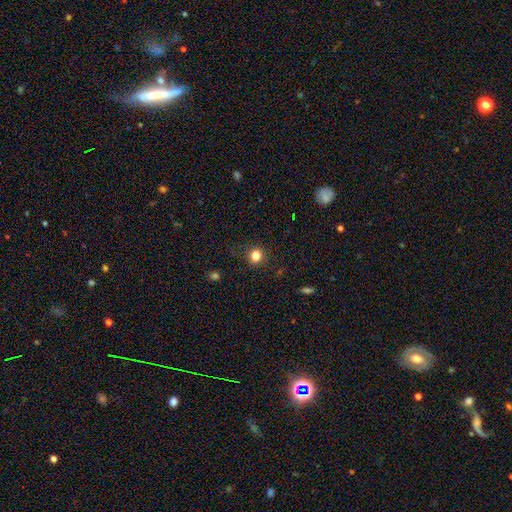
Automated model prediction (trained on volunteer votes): Smooth or featured: smooth — 82% (star or artifact — 13%)
How rounded: round — 87% (in between — 12%)
Merging: none — 87% (minor disturbance — 9%)